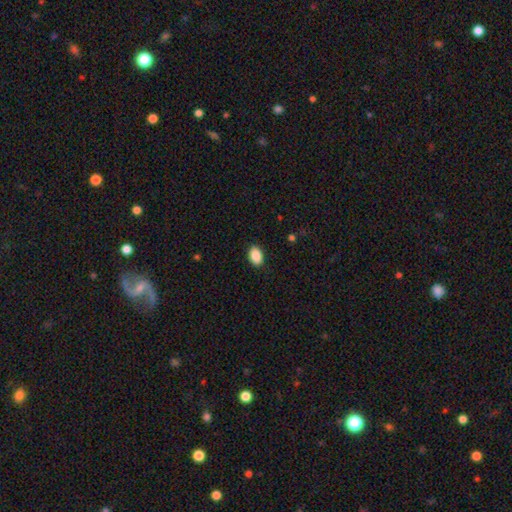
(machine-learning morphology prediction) smooth_or_featured: smooth (p=0.89) [alt: star or artifact p=0.07]
how_rounded: in between (p=0.88) [alt: round p=0.11]
merging: none (p=0.89) [alt: minor disturbance p=0.08]